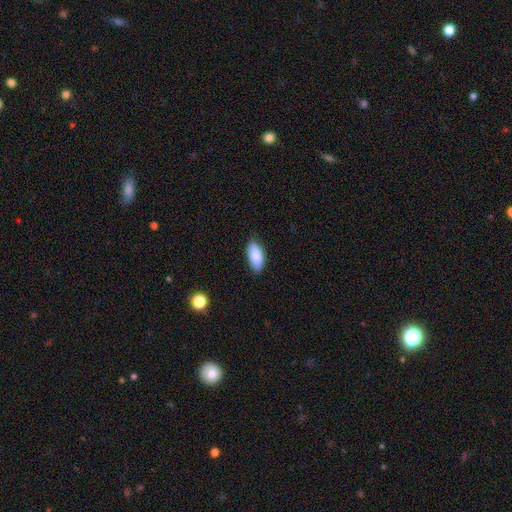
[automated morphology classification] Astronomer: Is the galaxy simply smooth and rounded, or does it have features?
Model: smooth — 83%.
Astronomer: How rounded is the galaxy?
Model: in between — 90%.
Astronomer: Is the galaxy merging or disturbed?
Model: none — 83%.